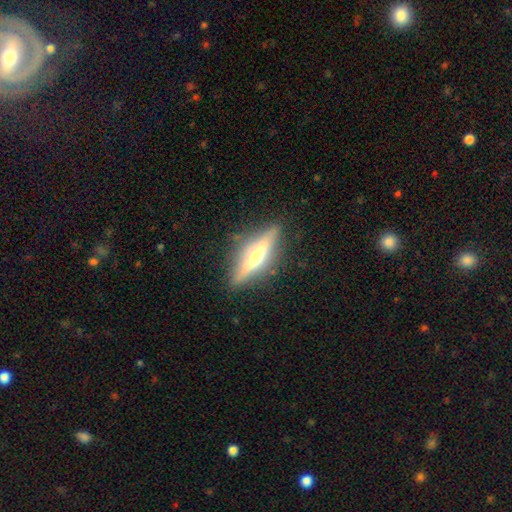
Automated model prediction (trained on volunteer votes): Q: Smooth or featured?
A: featured or disk (69%); runner-up: smooth (25%)
Q: Edge-on disk?
A: yes (95%); runner-up: no (5%)
Q: Edge-on bulge?
A: rounded (80%); runner-up: boxy (12%)
Q: Merging?
A: none (87%); runner-up: minor disturbance (10%)